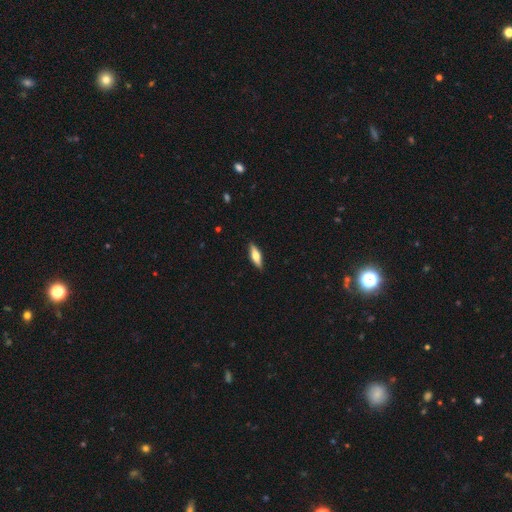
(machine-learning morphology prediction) Smooth or featured?
  - smooth: 53% *
  - featured or disk: 41%
  - star or artifact: 6%
How rounded?
  - cigar-shaped: 49% *
  - in between: 48%
  - round: 2%
Merging?
  - none: 88% *
  - minor disturbance: 9%
  - major disturbance: 2%
  - merger: 1%